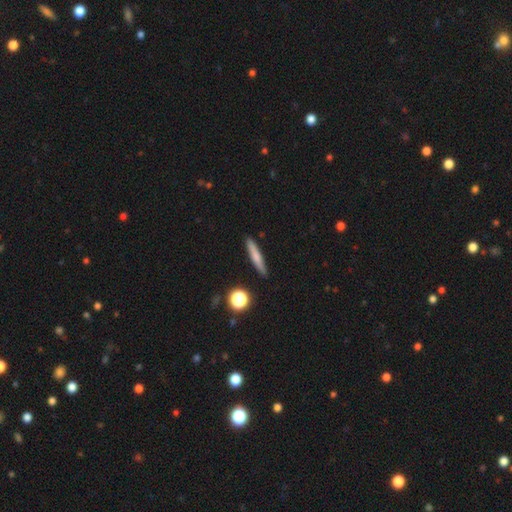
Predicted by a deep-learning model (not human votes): smooth 66%, featured or disk 25%, star or artifact 8%. Down the decision tree: how rounded — cigar-shaped (91%); merging — none (89%).